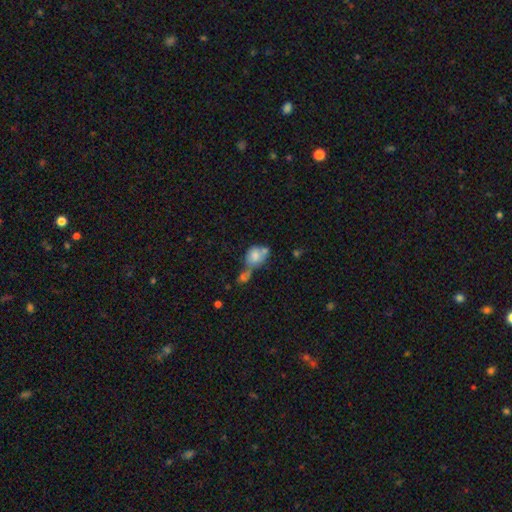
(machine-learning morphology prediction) smooth_or_featured: smooth (p=0.71) [alt: featured or disk p=0.20]
how_rounded: in between (p=0.50) [alt: round p=0.49]
merging: merger (p=0.55) [alt: none p=0.23]